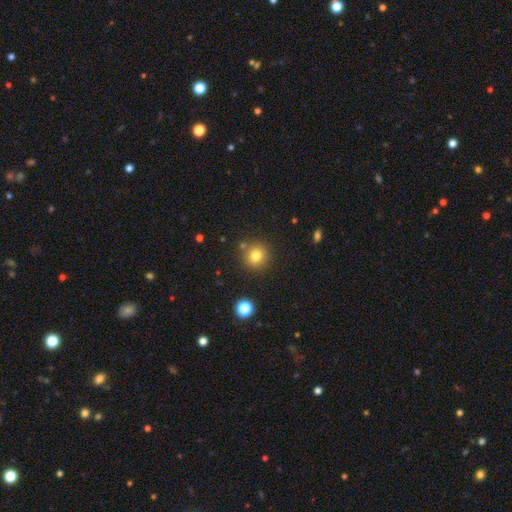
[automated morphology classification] Q: Smooth or featured?
A: smooth (79%); runner-up: star or artifact (13%)
Q: How rounded?
A: round (92%); runner-up: in between (8%)
Q: Merging?
A: none (83%); runner-up: minor disturbance (8%)